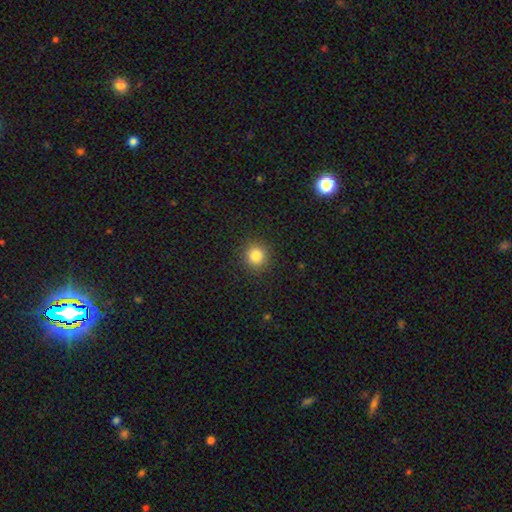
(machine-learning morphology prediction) type=smooth (83%); roundness=round (93%); merging=none (92%).